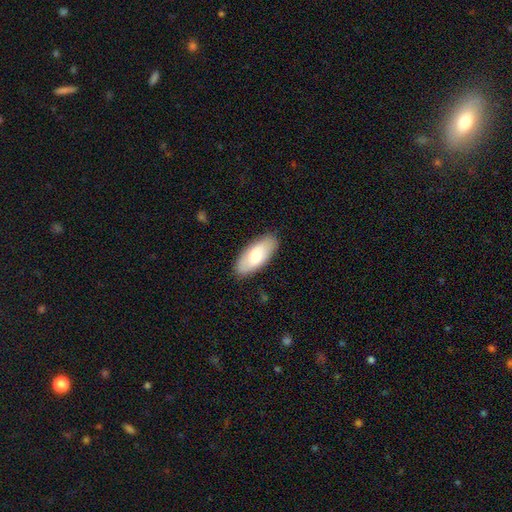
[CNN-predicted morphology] A smooth galaxy with no disk features (68%) that is in between round and cigar-shaped (88%). Merging: none (88%).